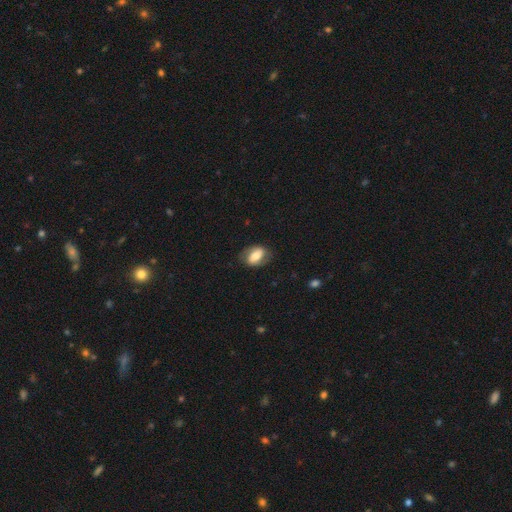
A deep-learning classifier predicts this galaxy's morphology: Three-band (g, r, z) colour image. It shows a smooth galaxy with no disk features (56%) that is in between round and cigar-shaped (84%). Merging: none (75%).